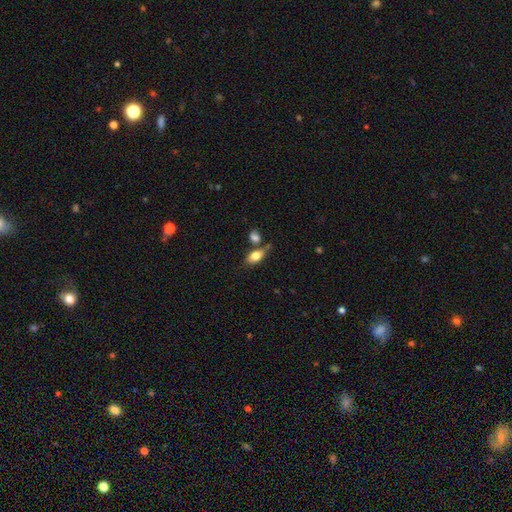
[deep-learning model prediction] A smooth galaxy with no disk features (78%) that is in between round and cigar-shaped (88%).

Vote fractions:
- Smooth or featured? smooth: 78% / featured or disk: 15% / star or artifact: 8%
- How rounded? in between: 88% / round: 7% / cigar-shaped: 5%
- Merging? none: 60% / merger: 20% / minor disturbance: 15% / major disturbance: 5%